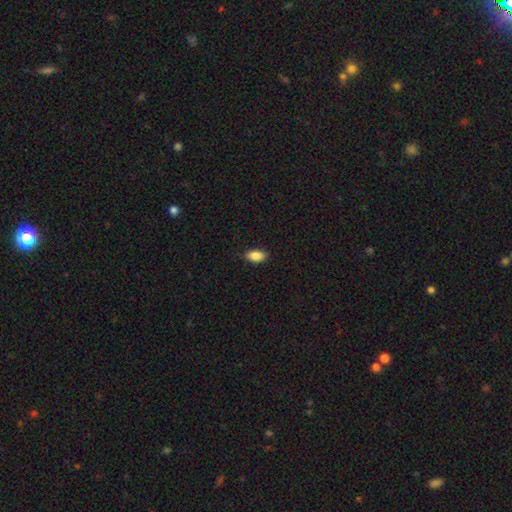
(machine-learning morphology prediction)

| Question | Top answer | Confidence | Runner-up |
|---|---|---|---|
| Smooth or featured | smooth | 88% | star or artifact (7%) |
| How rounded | in between | 91% | cigar-shaped (5%) |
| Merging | none | 86% | minor disturbance (11%) |